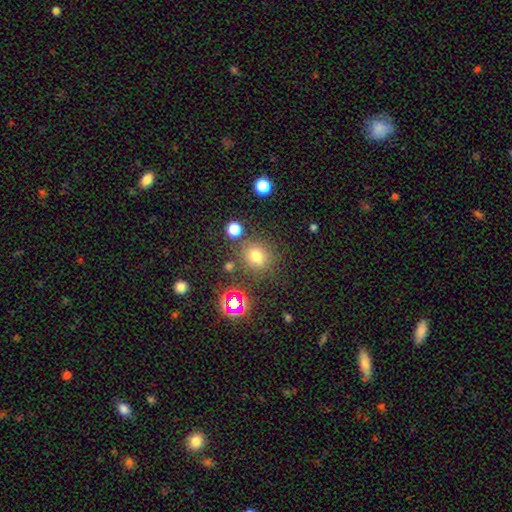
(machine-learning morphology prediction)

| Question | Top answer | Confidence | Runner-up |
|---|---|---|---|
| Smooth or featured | smooth | 66% | star or artifact (24%) |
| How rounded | round | 79% | in between (20%) |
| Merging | none | 73% | minor disturbance (13%) |